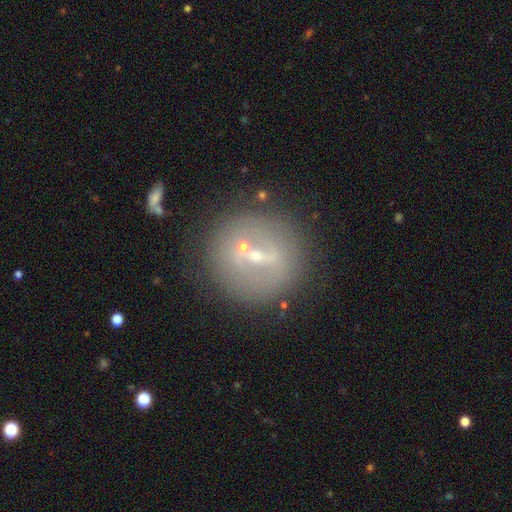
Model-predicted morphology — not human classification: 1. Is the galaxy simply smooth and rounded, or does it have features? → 49% featured or disk, 35% smooth, 15% star or artifact.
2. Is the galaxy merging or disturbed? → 70% none, 14% merger, 11% minor disturbance, 5% major disturbance.